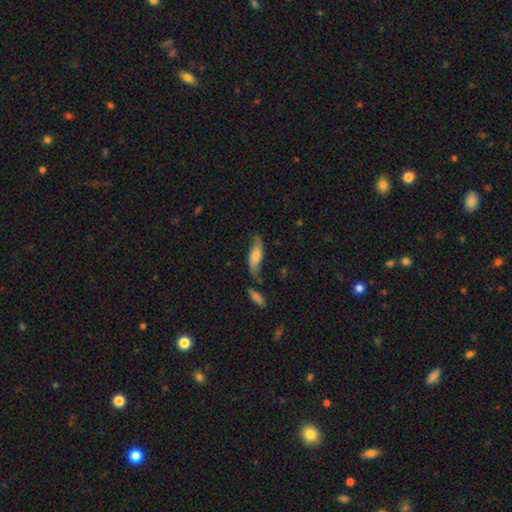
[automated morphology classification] Smooth or featured: smooth — 61% (featured or disk — 32%)
How rounded: in between — 54% (cigar-shaped — 43%)
Merging: none — 66% (minor disturbance — 22%)